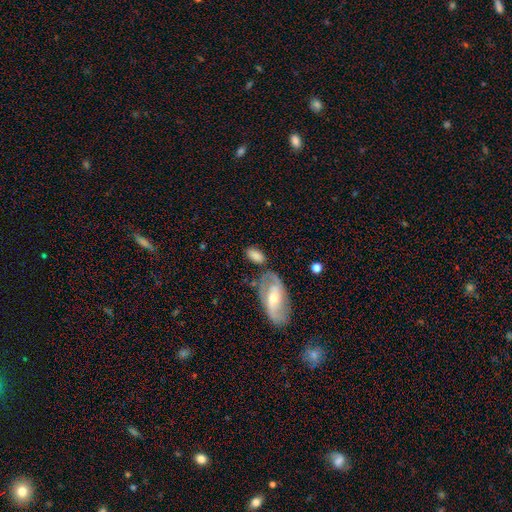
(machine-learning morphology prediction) The model was most divided on "merging": none: 59%, minor disturbance: 20%, merger: 12%, major disturbance: 8%. More confident: how rounded — in between (91%); smooth or featured — smooth (75%).